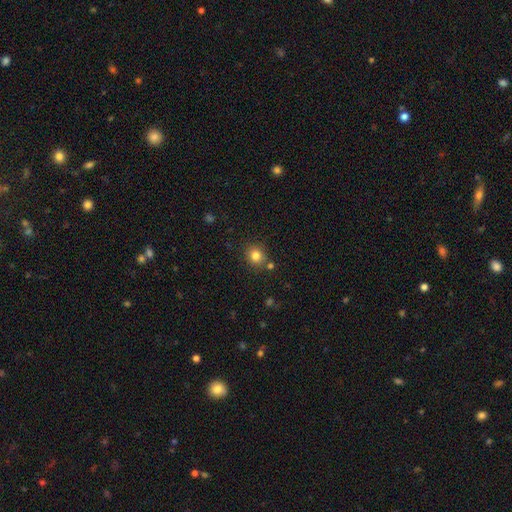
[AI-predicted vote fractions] Smooth or featured?
  - smooth: 81% *
  - star or artifact: 12%
  - featured or disk: 6%
How rounded?
  - round: 81% *
  - in between: 18%
  - cigar-shaped: 1%
Merging?
  - none: 80% *
  - minor disturbance: 10%
  - merger: 8%
  - major disturbance: 3%